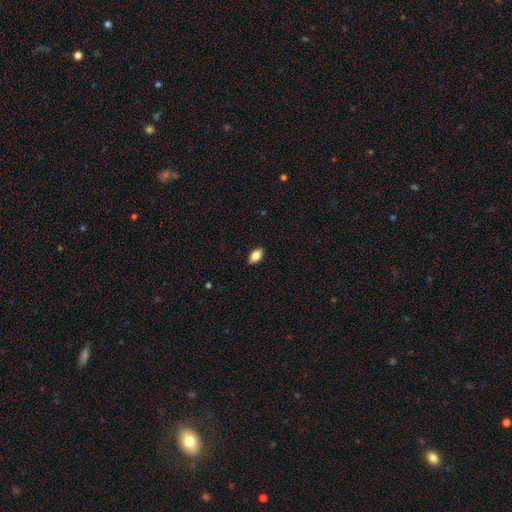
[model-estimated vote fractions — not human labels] This appears to be a smooth galaxy with no disk features (84%) that is in between round and cigar-shaped (91%). Merging: none (89%).